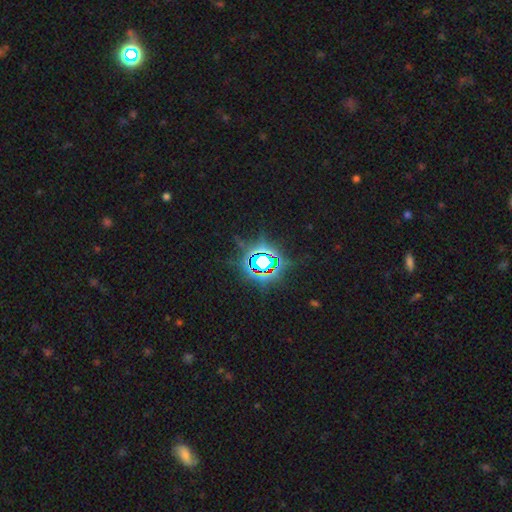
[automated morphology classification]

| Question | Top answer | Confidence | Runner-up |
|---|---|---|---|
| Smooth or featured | star or artifact | 81% | smooth (13%) |